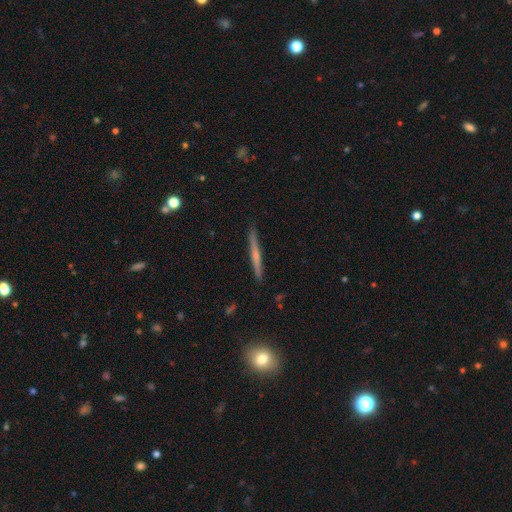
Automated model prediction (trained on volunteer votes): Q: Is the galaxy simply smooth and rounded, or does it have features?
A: featured or disk — 55%.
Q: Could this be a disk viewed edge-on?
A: yes — 97%.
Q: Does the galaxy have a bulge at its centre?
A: none — 47%.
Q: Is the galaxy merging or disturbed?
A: none — 89%.